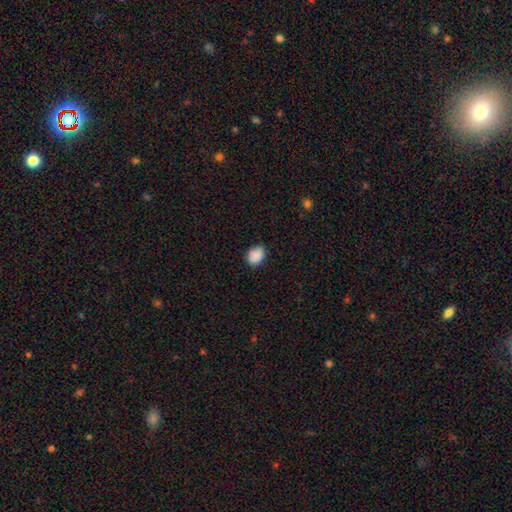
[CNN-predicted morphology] This is clearly a smooth galaxy (89%). How rounded: likely in between (69%). Merging: likely none (77%).